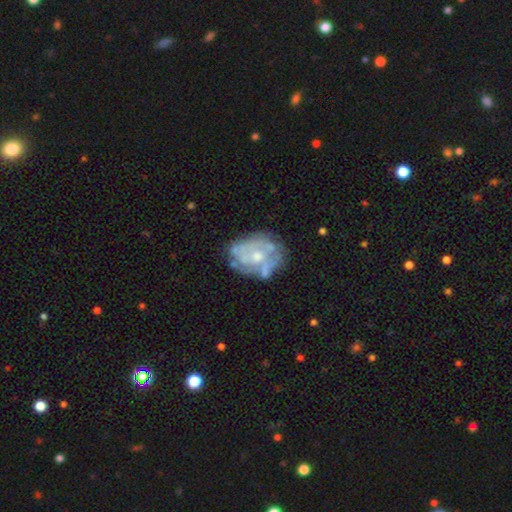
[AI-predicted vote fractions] Overall: featured or disk (71%). Edge-on disk: no (98%). Bar: no (83%). Spiral arms: no (60%; yes 40%). Bulge size: moderate (55%; small 37%). Merging: none (57%; minor disturbance 23%).